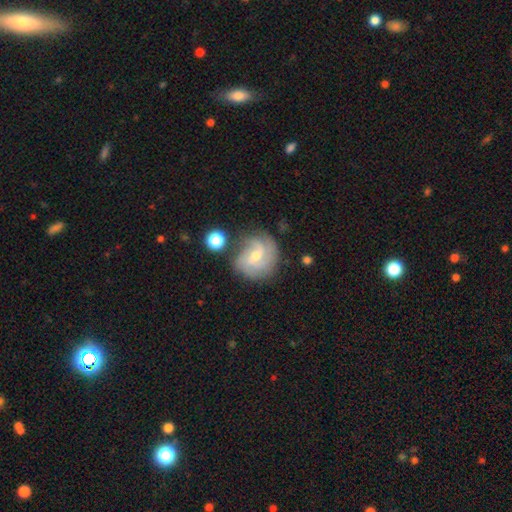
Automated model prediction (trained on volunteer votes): Morphology: type=featured or disk (74%); edge-on=no (97%); bar=weak (48%); spiral arms=yes (92%); winding=medium (42%); arm count=3 (33%); bulge=moderate (49%); merging=none (65%).